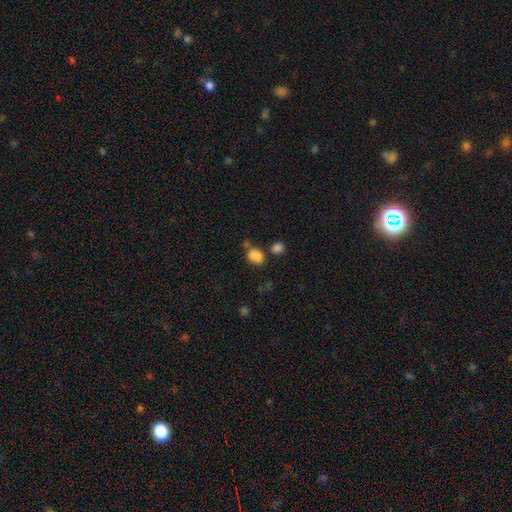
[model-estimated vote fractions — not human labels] Morphology: type=smooth (80%); roundness=in between (57%); merging=none (48%).